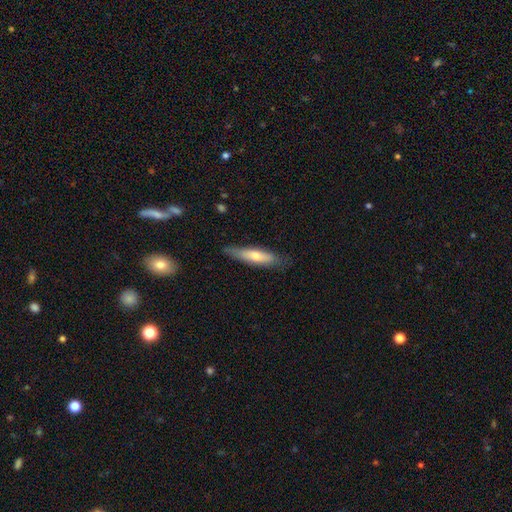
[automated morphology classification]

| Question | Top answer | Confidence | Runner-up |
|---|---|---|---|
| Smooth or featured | smooth | 61% | featured or disk (33%) |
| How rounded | cigar-shaped | 77% | in between (21%) |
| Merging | none | 78% | minor disturbance (18%) |